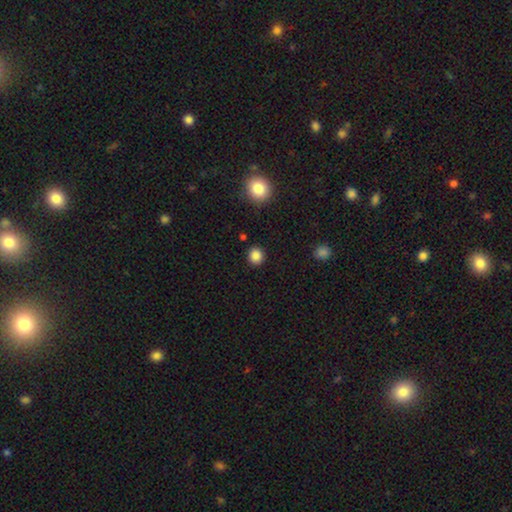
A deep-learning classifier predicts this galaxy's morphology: smooth_or_featured: smooth (p=0.86) [alt: star or artifact p=0.11]
how_rounded: round (p=0.85) [alt: in between p=0.14]
merging: none (p=0.90) [alt: minor disturbance p=0.06]